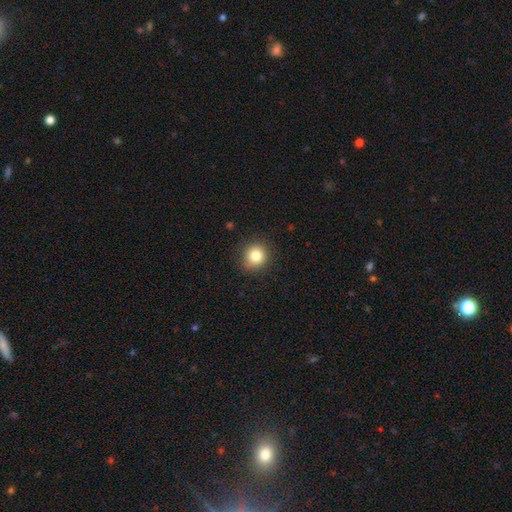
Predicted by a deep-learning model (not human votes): smooth-or-featured: smooth: 82% | star or artifact: 11% | featured or disk: 7%
  how-rounded: round: 88% | in between: 11% | cigar-shaped: 1%
  merging: none: 87% | minor disturbance: 9% | major disturbance: 2% | merger: 1%